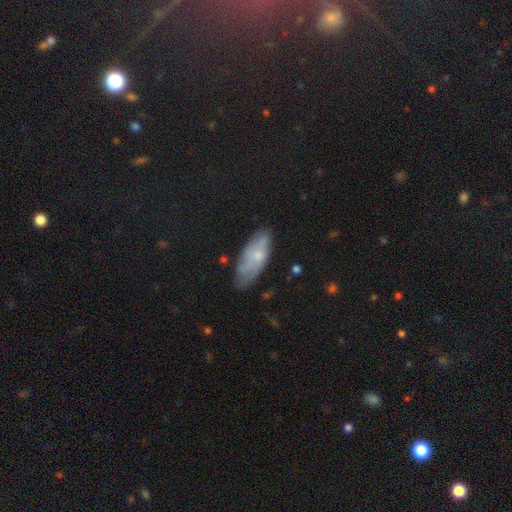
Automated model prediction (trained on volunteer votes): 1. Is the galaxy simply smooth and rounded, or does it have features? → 48% smooth, 44% featured or disk, 8% star or artifact.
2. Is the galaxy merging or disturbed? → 59% none, 30% minor disturbance, 8% major disturbance, 2% merger.